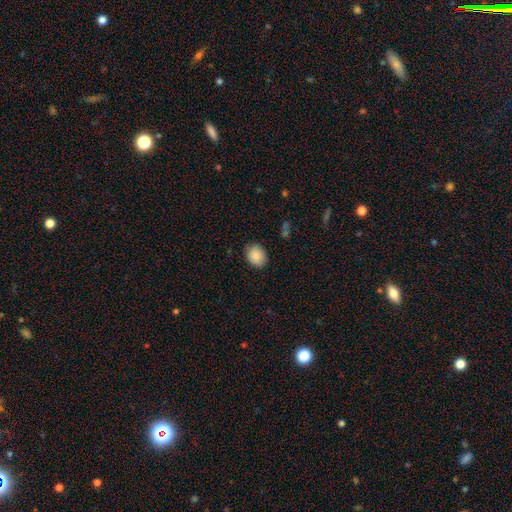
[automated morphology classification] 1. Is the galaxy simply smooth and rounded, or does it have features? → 88% smooth, 8% star or artifact, 4% featured or disk.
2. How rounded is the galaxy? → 54% round, 45% in between, 1% cigar-shaped.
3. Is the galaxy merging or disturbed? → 85% none, 12% minor disturbance, 2% major disturbance, 1% merger.